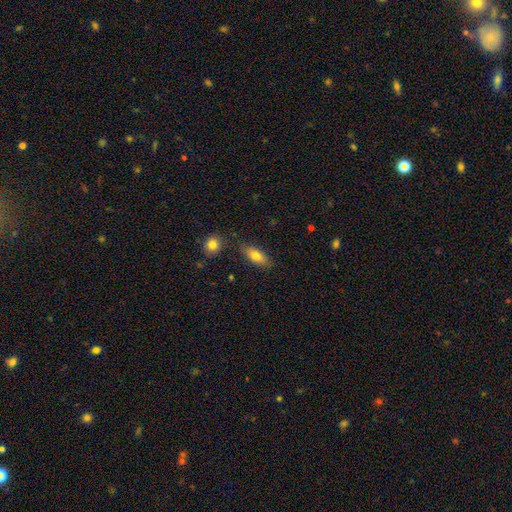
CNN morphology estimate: Smooth or featured? Predicted: smooth (p=0.78). How rounded? Predicted: in between (p=0.82). Merging? Predicted: none (p=0.80).